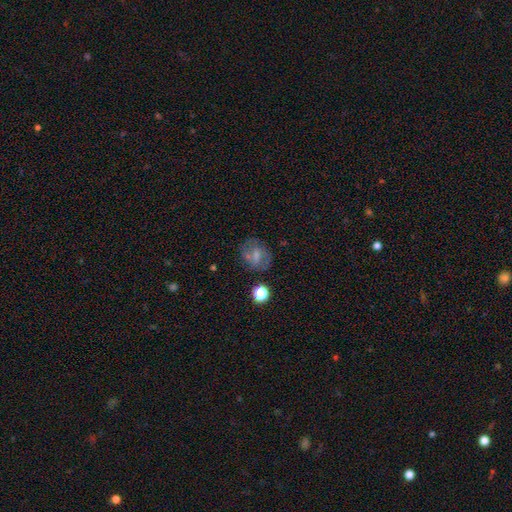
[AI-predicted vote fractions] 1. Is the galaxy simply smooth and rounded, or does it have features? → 45% smooth, 42% featured or disk, 13% star or artifact.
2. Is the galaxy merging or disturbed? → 64% none, 19% minor disturbance, 11% major disturbance, 6% merger.